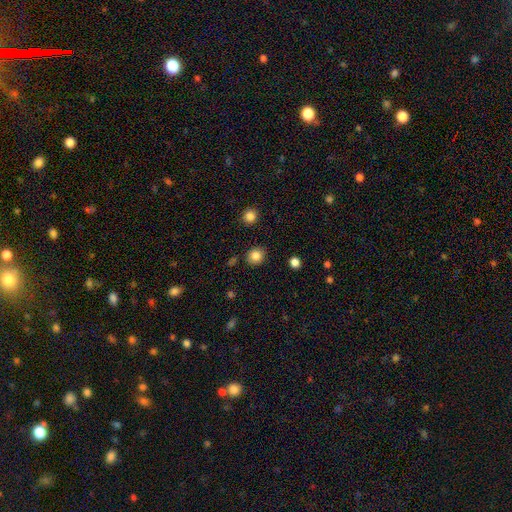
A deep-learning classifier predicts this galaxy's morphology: Smooth or featured?
  - smooth: 84% *
  - star or artifact: 10%
  - featured or disk: 5%
How rounded?
  - round: 82% *
  - in between: 17%
  - cigar-shaped: 1%
Merging?
  - none: 88% *
  - minor disturbance: 8%
  - major disturbance: 2%
  - merger: 2%